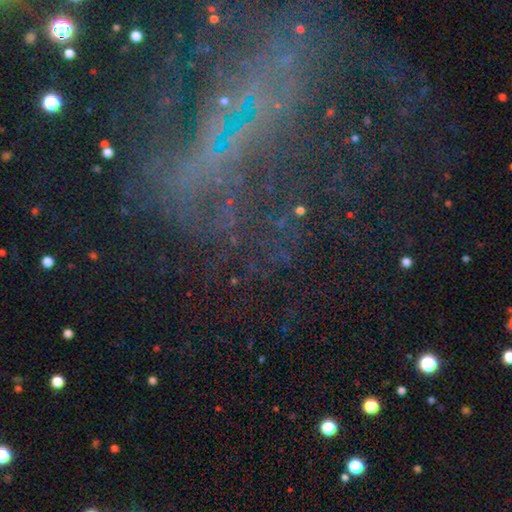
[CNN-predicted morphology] A star or artifact, not a galaxy (46%).